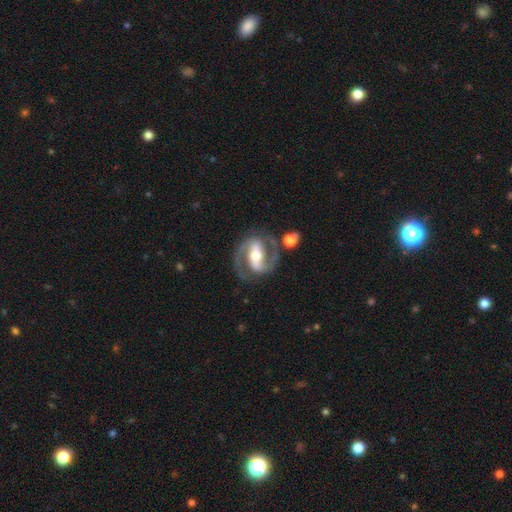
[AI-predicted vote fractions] This appears to be a featured or disk galaxy (90%) with a strong bar (71%), 2 (93%) medium (55%) spiral arms (96%) and a moderate central bulge (65%). Merging: none (79%).